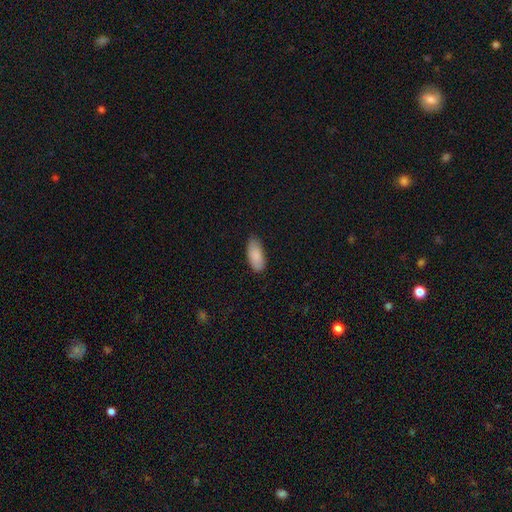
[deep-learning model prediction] This appears to be a smooth galaxy with no disk features (89%) that is in between round and cigar-shaped (88%). Merging: none (83%).